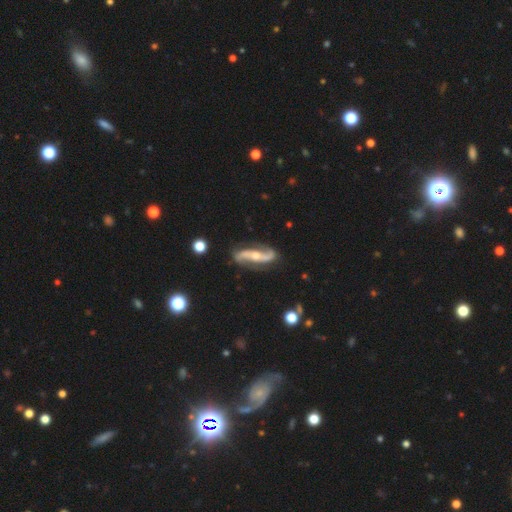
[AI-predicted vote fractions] Overall: featured or disk (89%). Edge-on disk: no (90%). Bar: no (43%; strong 31%). Spiral arms: yes (97%). Spiral arm count: 2 (94%). Spiral winding: loose (63%; medium 27%). Bulge size: moderate (56%; small 38%). Merging: none (81%).